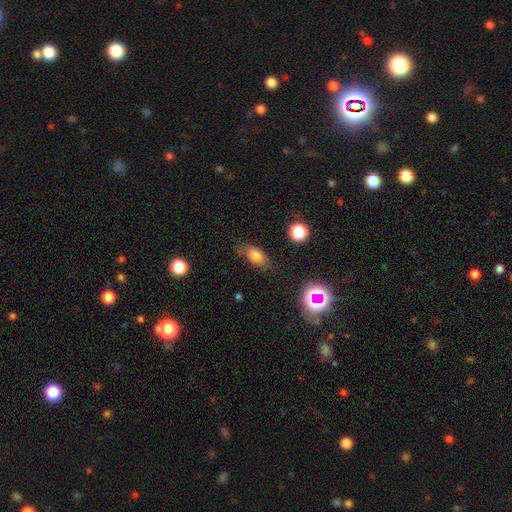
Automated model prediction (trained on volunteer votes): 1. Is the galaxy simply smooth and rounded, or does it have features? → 74% smooth, 13% featured or disk, 13% star or artifact.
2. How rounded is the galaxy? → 83% in between, 10% round, 7% cigar-shaped.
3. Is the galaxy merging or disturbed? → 67% none, 23% minor disturbance, 8% major disturbance, 2% merger.